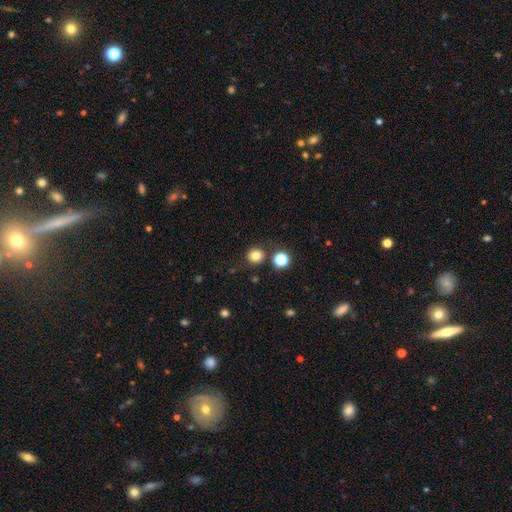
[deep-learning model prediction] The model was most divided on "smooth or featured": smooth: 81%, star or artifact: 13%, featured or disk: 5%. More confident: how rounded — round (91%); merging — none (84%).